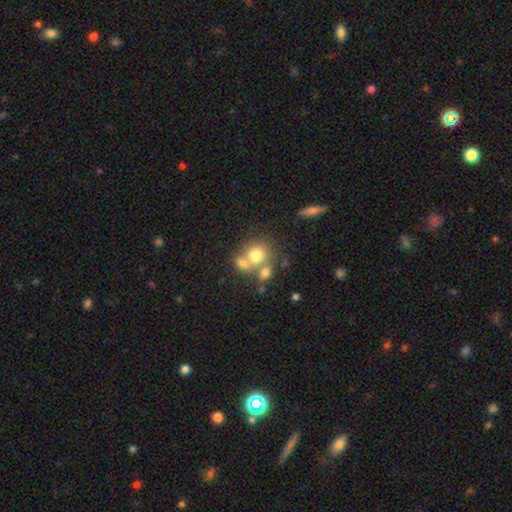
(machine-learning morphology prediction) This is likely a smooth galaxy (72%). How rounded: likely round (71%). Merging: possibly merger (46%).